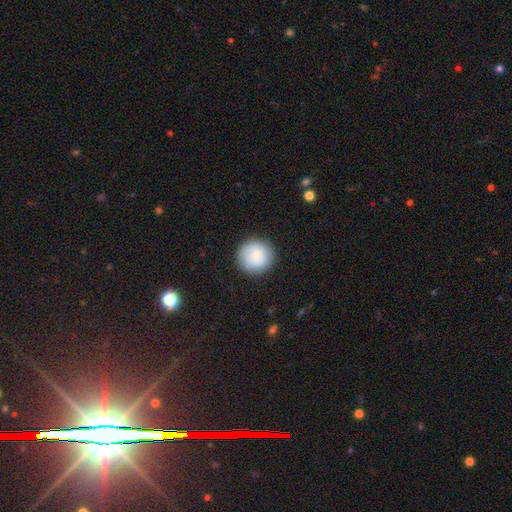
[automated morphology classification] Q: Smooth or featured?
A: smooth (84%); runner-up: featured or disk (9%)
Q: How rounded?
A: round (94%); runner-up: in between (5%)
Q: Merging?
A: none (89%); runner-up: minor disturbance (8%)